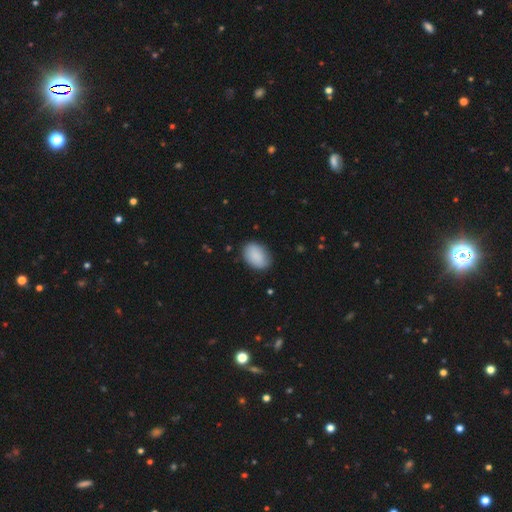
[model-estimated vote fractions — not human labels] Smooth or featured? smooth (88%)
How rounded? in between (84%)
Merging? none (79%)